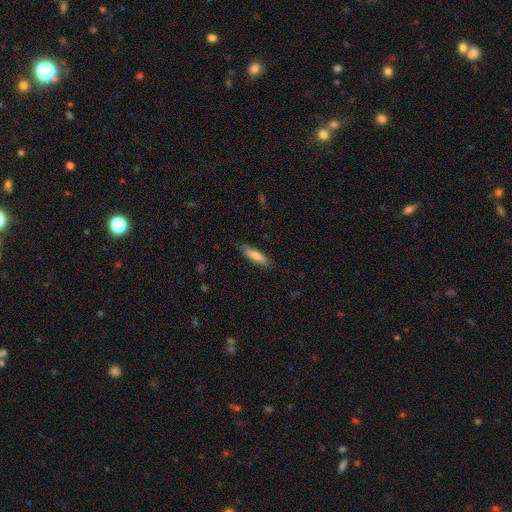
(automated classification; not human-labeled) Q: Smooth or featured?
A: smooth (79%); runner-up: featured or disk (15%)
Q: How rounded?
A: cigar-shaped (71%); runner-up: in between (27%)
Q: Merging?
A: none (82%); runner-up: minor disturbance (14%)